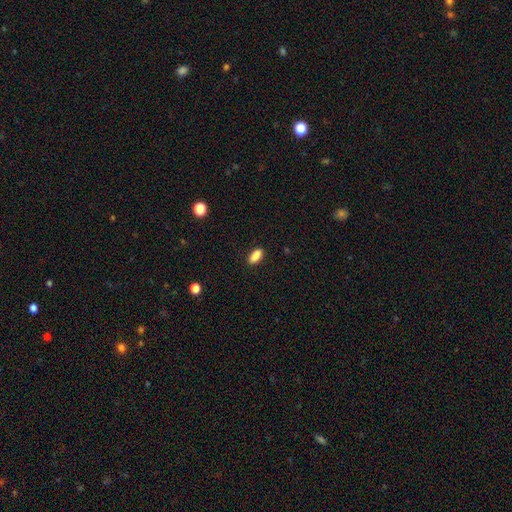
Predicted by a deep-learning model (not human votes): A smooth galaxy with no disk features (88%) that is in between round and cigar-shaped (86%).

Vote fractions:
- Smooth or featured? smooth: 88% / star or artifact: 8% / featured or disk: 4%
- How rounded? in between: 86% / cigar-shaped: 10% / round: 4%
- Merging? none: 87% / minor disturbance: 9% / major disturbance: 2% / merger: 2%